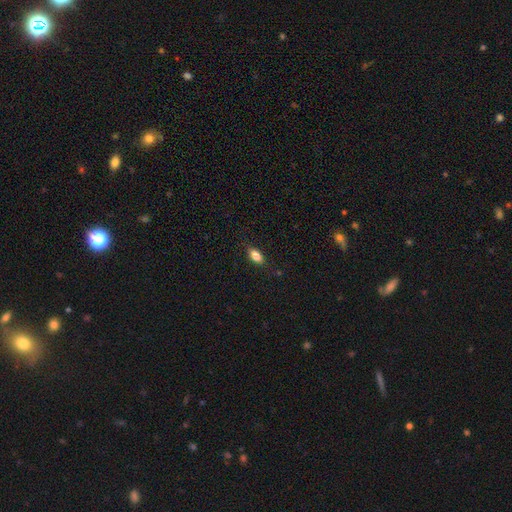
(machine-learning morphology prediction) smooth_or_featured: smooth (p=0.83) [alt: featured or disk p=0.09]
how_rounded: in between (p=0.86) [alt: cigar-shaped p=0.09]
merging: none (p=0.85) [alt: minor disturbance p=0.11]